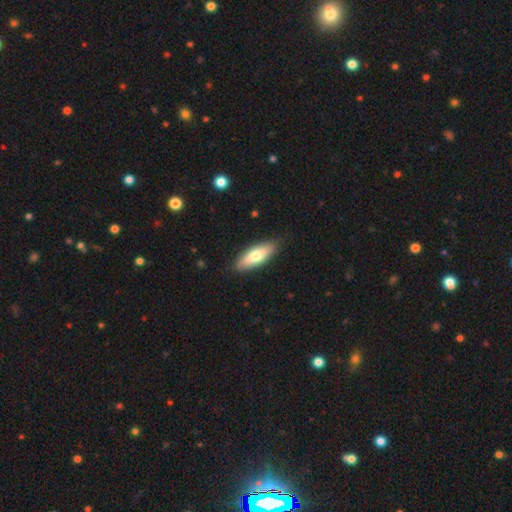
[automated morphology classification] type=smooth (68%); roundness=in between (66%); merging=none (86%).